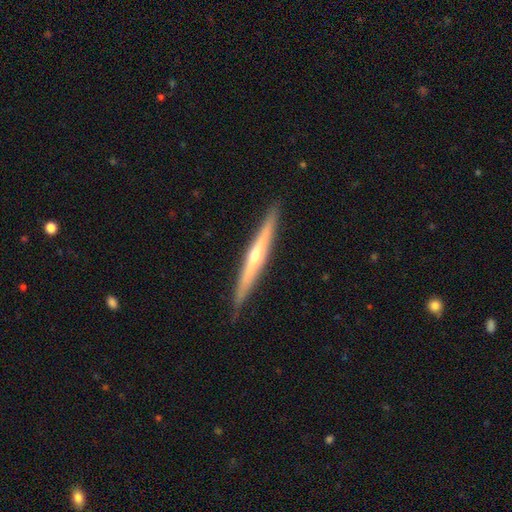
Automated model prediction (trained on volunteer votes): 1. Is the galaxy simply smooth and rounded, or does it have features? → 73% featured or disk, 22% smooth, 5% star or artifact.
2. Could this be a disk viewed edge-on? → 97% yes, 3% no.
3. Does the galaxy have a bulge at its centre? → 78% rounded, 19% none, 3% boxy.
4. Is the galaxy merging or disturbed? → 91% none, 6% minor disturbance, 1% major disturbance, 1% merger.